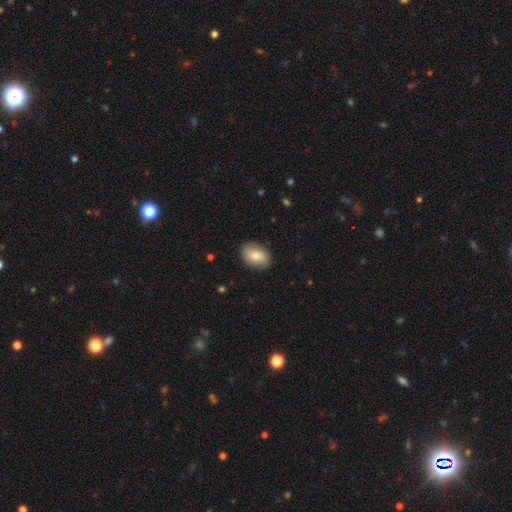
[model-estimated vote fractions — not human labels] Q: Smooth or featured?
A: smooth (74%); runner-up: featured or disk (19%)
Q: How rounded?
A: in between (79%); runner-up: round (19%)
Q: Merging?
A: none (86%); runner-up: minor disturbance (11%)